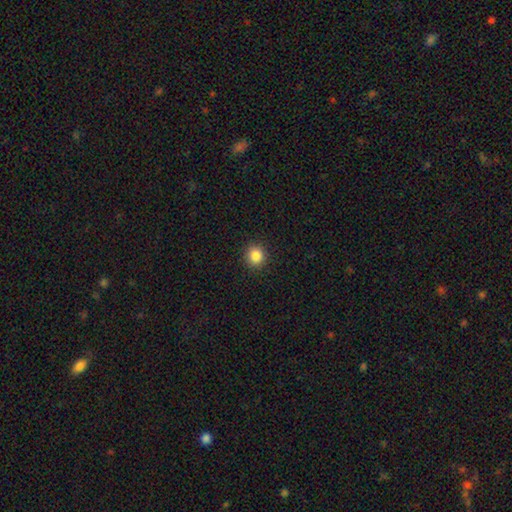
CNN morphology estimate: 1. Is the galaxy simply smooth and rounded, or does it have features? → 85% smooth, 11% star or artifact, 4% featured or disk.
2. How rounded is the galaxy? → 90% round, 9% in between, 1% cigar-shaped.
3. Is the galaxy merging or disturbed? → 92% none, 5% minor disturbance, 2% major disturbance, 1% merger.